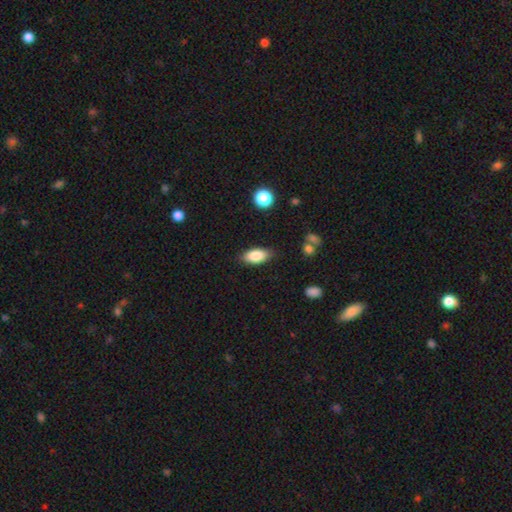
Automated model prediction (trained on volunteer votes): Smooth or featured: smooth — 85% (featured or disk — 8%)
How rounded: in between — 89% (cigar-shaped — 8%)
Merging: none — 83% (minor disturbance — 12%)